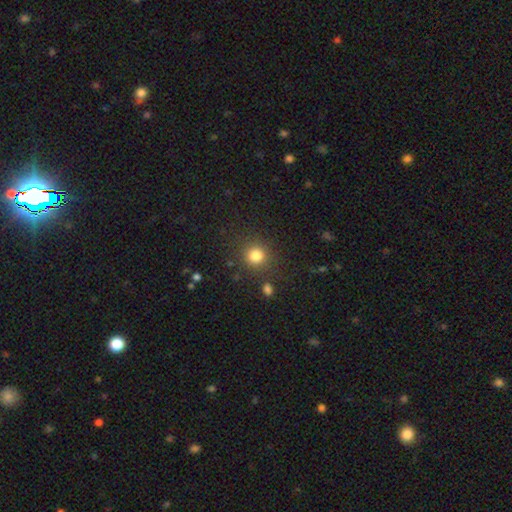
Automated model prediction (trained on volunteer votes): Overall: smooth (81%). How rounded: round (90%). Merging: none (85%).